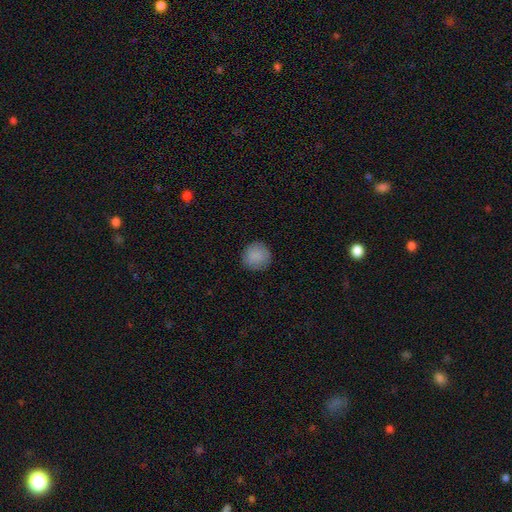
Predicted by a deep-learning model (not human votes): A smooth galaxy with no disk features (88%) that is round (94%).

Vote fractions:
- Smooth or featured? smooth: 88% / star or artifact: 7% / featured or disk: 5%
- How rounded? round: 94% / in between: 5% / cigar-shaped: 1%
- Merging? none: 88% / minor disturbance: 9% / major disturbance: 2% / merger: 1%